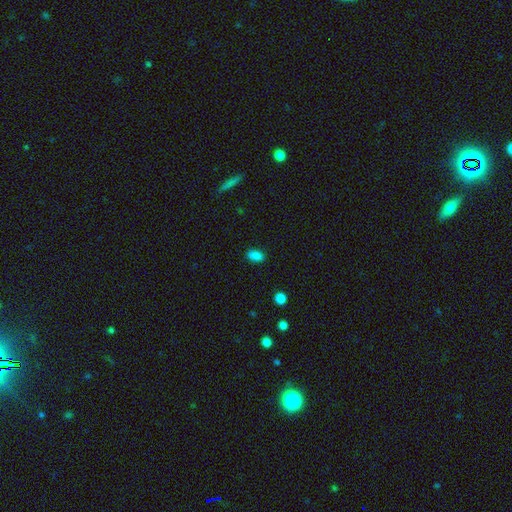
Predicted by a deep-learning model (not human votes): A smooth galaxy with no disk features (85%) that is in between round and cigar-shaped (88%). Merging: none (86%).